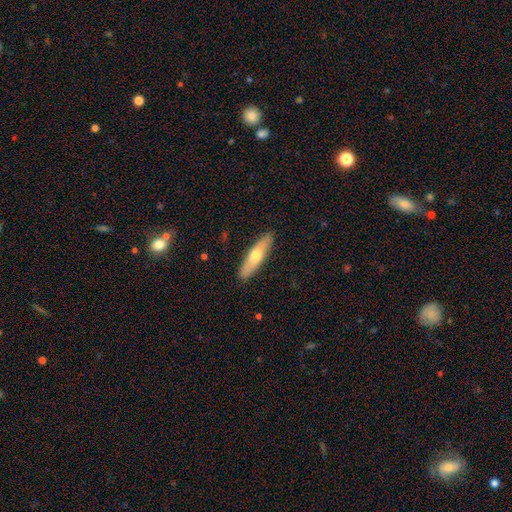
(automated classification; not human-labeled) Overall: smooth (58%; featured or disk 37%). How rounded: cigar-shaped (71%). Merging: none (90%).